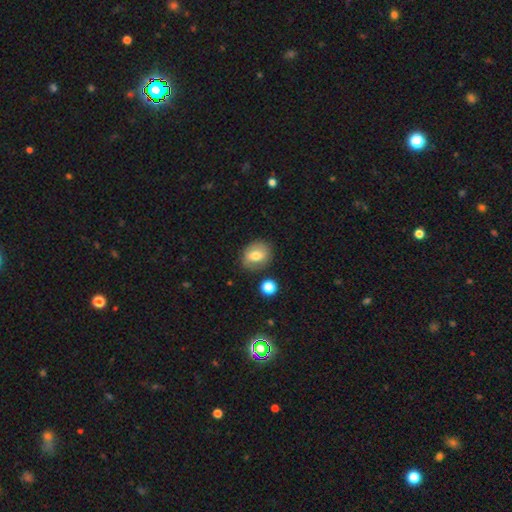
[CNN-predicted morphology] A smooth galaxy with no disk features (65%) that is round (51%).

Vote fractions:
- Smooth or featured? smooth: 65% / featured or disk: 26% / star or artifact: 9%
- How rounded? round: 51% / in between: 48% / cigar-shaped: 1%
- Merging? none: 79% / minor disturbance: 14% / major disturbance: 4% / merger: 3%